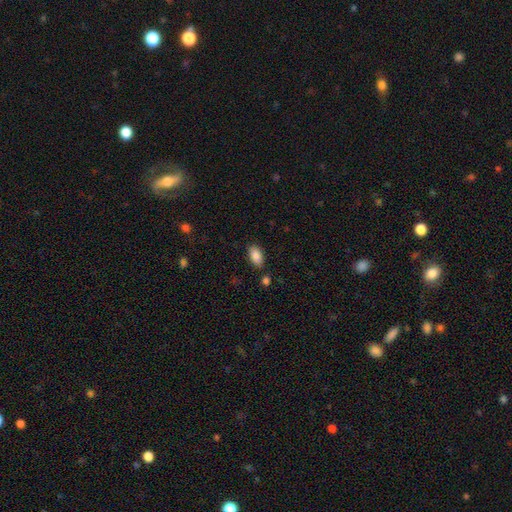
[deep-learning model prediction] Morphology: type=smooth (88%); roundness=in between (93%); merging=none (84%).